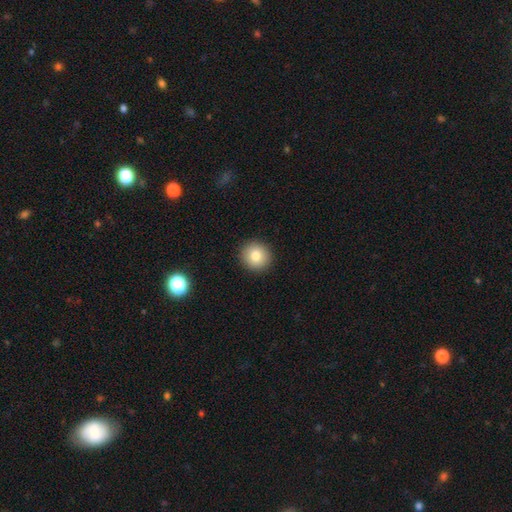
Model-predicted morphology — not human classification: smooth 81%, star or artifact 10%, featured or disk 10%. Down the decision tree: how rounded — round (93%); merging — none (93%).